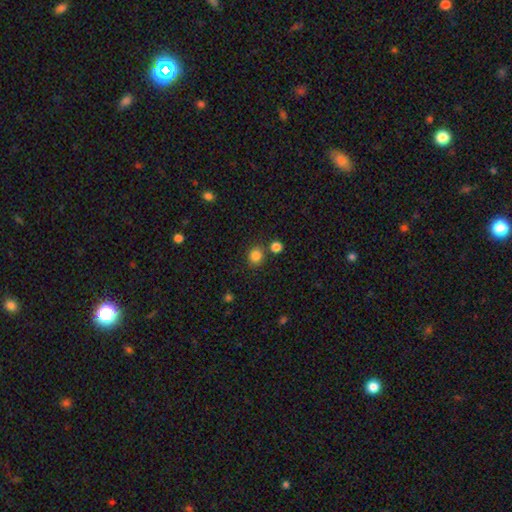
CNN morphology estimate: smooth_or_featured: smooth (p=0.83) [alt: star or artifact p=0.12]
how_rounded: round (p=0.80) [alt: in between p=0.19]
merging: none (p=0.78) [alt: merger p=0.10]